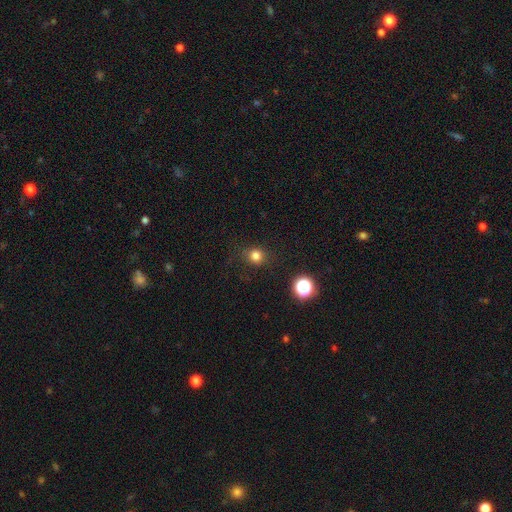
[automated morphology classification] Smooth or featured? smooth (79%)
How rounded? round (83%)
Merging? none (84%)